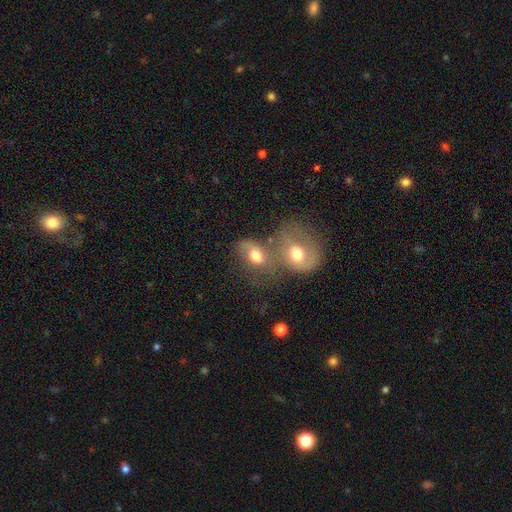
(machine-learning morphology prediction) Overall: smooth (61%; featured or disk 28%). How rounded: in between (66%; round 32%). Merging: merger (63%).